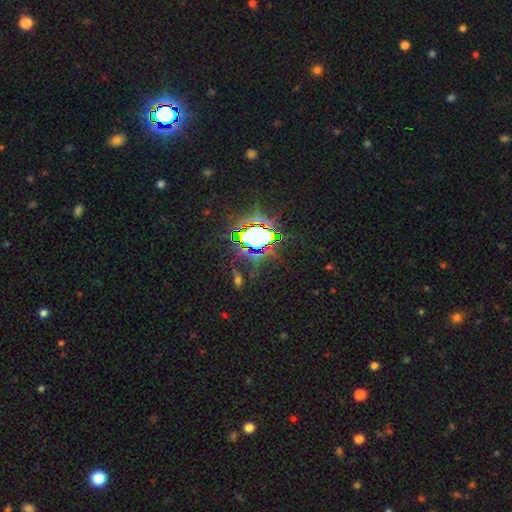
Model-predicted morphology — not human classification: Overall: star or artifact (71%).